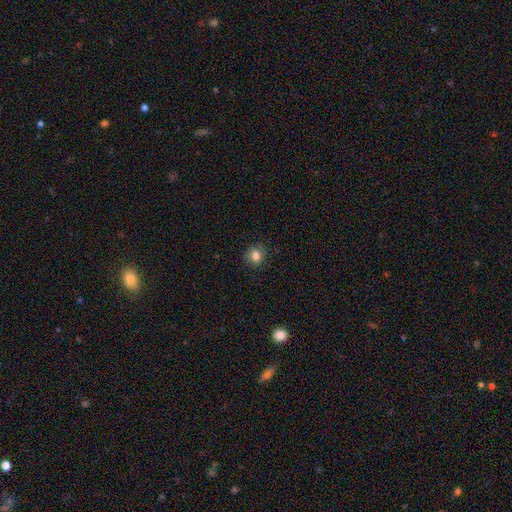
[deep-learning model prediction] This is clearly a smooth galaxy (82%). How rounded: likely round (63%). Merging: clearly none (81%).